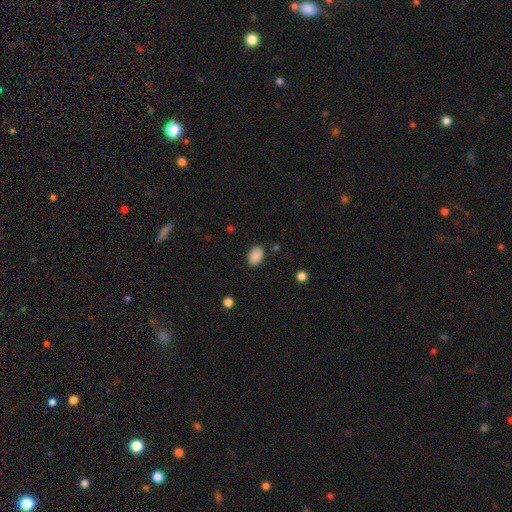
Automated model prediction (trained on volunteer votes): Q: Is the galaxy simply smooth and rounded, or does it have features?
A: smooth — 89%.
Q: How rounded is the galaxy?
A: in between — 84%.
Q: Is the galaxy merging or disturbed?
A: none — 85%.